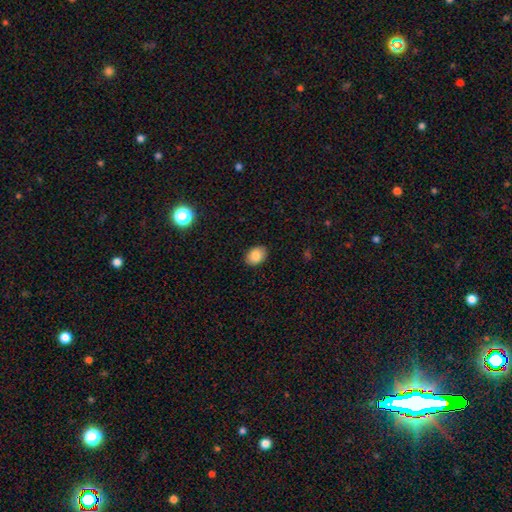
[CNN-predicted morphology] A smooth galaxy with no disk features (85%) that is in between round and cigar-shaped (73%). Merging: none (88%).